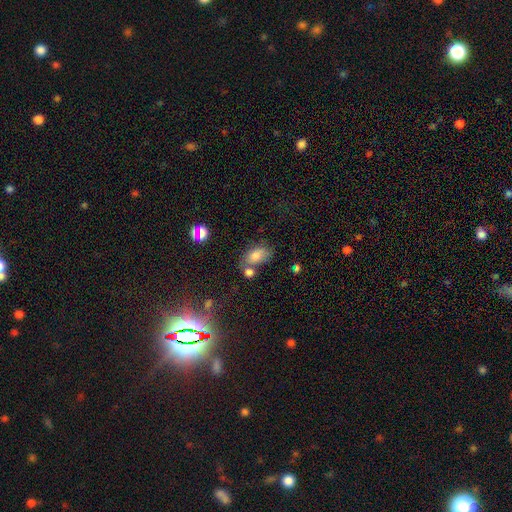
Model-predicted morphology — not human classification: Smooth or featured? smooth (75%)
How rounded? in between (89%)
Merging? none (49%)